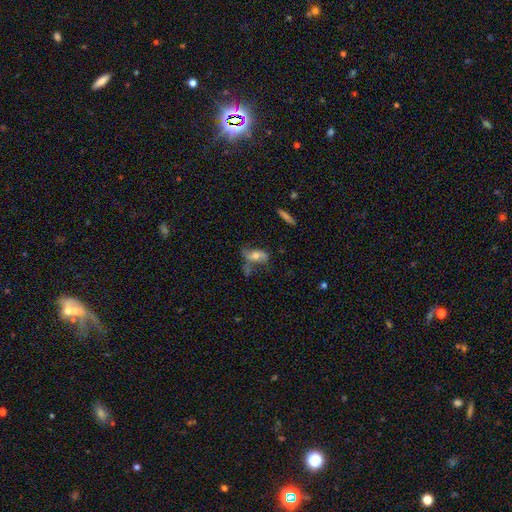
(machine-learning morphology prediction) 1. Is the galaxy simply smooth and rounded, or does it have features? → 47% featured or disk, 44% smooth, 9% star or artifact.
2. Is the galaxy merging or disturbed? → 39% none, 26% minor disturbance, 22% major disturbance, 12% merger.